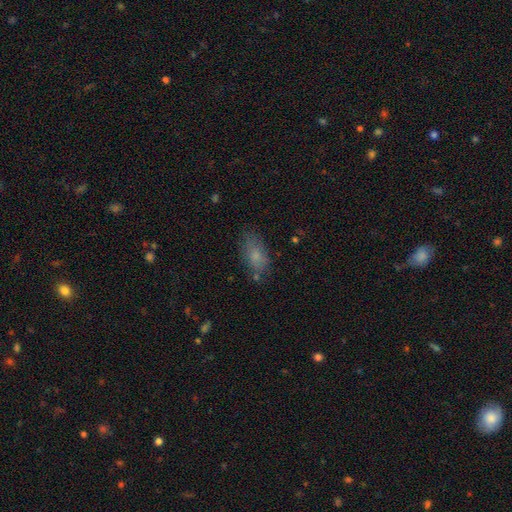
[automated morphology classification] Smooth or featured: smooth — 77% (featured or disk — 13%)
How rounded: in between — 88% (round — 6%)
Merging: none — 69% (minor disturbance — 20%)